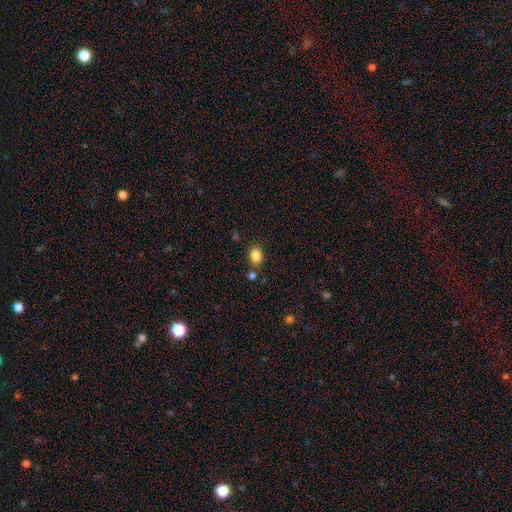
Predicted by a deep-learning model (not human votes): This is clearly a smooth galaxy (85%). How rounded: possibly in between (52%). Merging: likely none (79%).